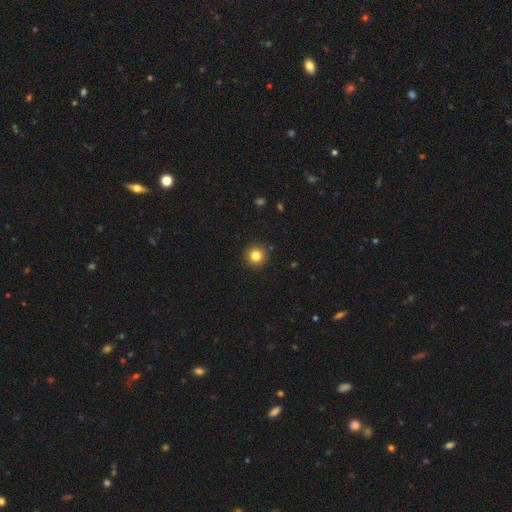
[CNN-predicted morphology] Smooth or featured? Predicted: smooth (p=0.82). How rounded? Predicted: round (p=0.95). Merging? Predicted: none (p=0.91).